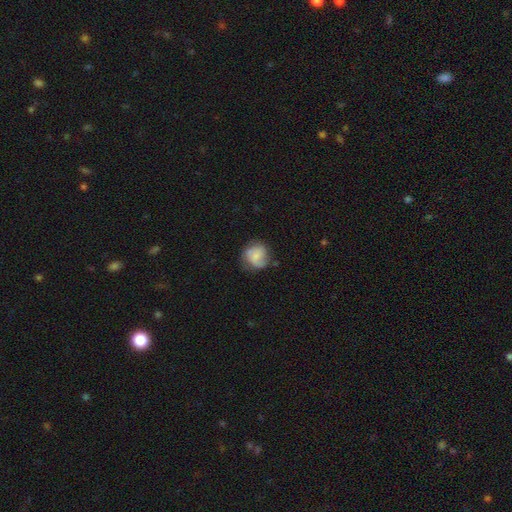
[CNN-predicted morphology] A smooth galaxy with no disk features (56%) that is round (80%).

Vote fractions:
- Smooth or featured? smooth: 56% / featured or disk: 36% / star or artifact: 8%
- How rounded? round: 80% / in between: 19% / cigar-shaped: 1%
- Merging? none: 61% / minor disturbance: 26% / major disturbance: 11% / merger: 3%